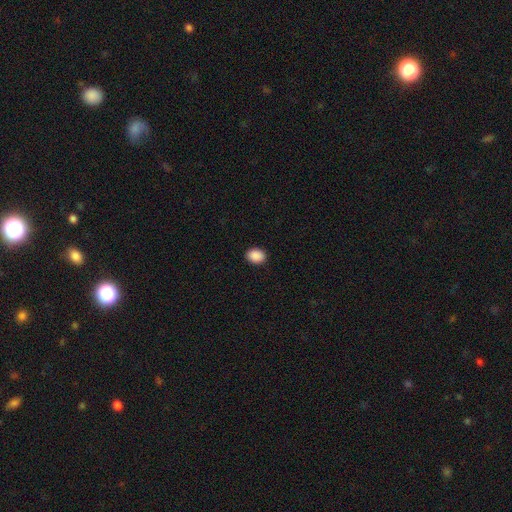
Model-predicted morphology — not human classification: This appears to be a smooth galaxy with no disk features (90%) that is in between round and cigar-shaped (64%). Merging: none (91%).